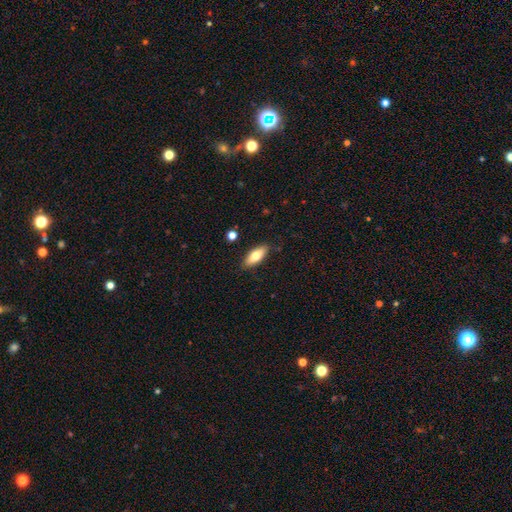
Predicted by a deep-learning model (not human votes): Smooth or featured: smooth — 73% (featured or disk — 20%)
How rounded: in between — 75% (cigar-shaped — 23%)
Merging: none — 86% (minor disturbance — 11%)